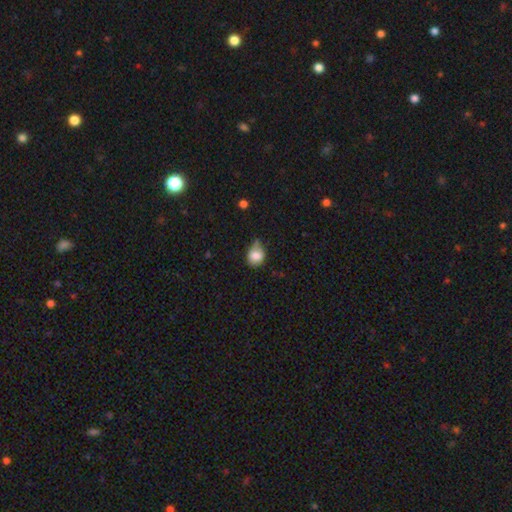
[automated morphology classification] This is likely a smooth galaxy (79%). How rounded: possibly round (58%). Merging: marginally none (41%).